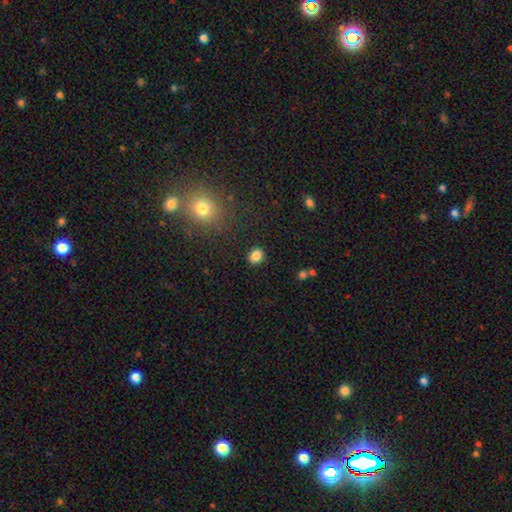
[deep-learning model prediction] Q: Smooth or featured?
A: smooth (85%); runner-up: star or artifact (11%)
Q: How rounded?
A: round (59%); runner-up: in between (40%)
Q: Merging?
A: none (89%); runner-up: minor disturbance (7%)